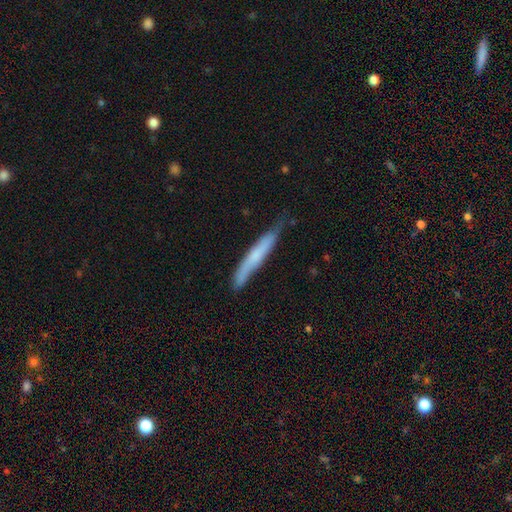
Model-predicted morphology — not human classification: type=smooth (57%); roundness=cigar-shaped (95%); merging=none (67%).